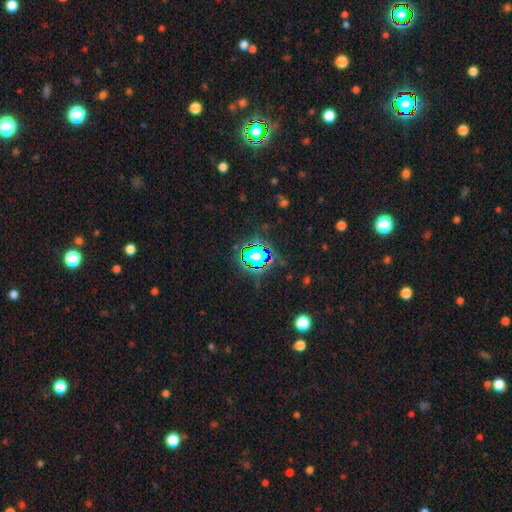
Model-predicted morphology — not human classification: Smooth or featured: star or artifact — 64% (smooth — 25%)